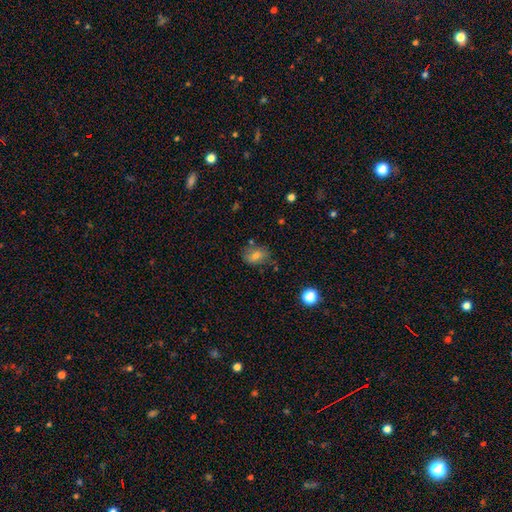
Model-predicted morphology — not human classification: Smooth or featured?
  - smooth: 69% *
  - featured or disk: 17%
  - star or artifact: 14%
How rounded?
  - in between: 73% *
  - round: 25%
  - cigar-shaped: 2%
Merging?
  - none: 68% *
  - minor disturbance: 20%
  - major disturbance: 6%
  - merger: 5%